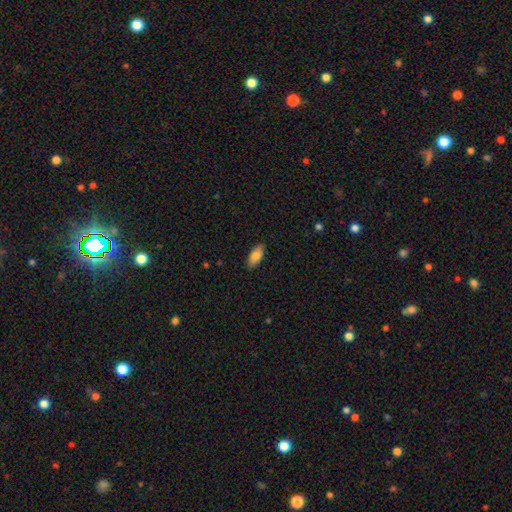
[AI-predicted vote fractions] Q: Smooth or featured?
A: smooth (80%); runner-up: featured or disk (13%)
Q: How rounded?
A: in between (85%); runner-up: cigar-shaped (13%)
Q: Merging?
A: none (89%); runner-up: minor disturbance (9%)